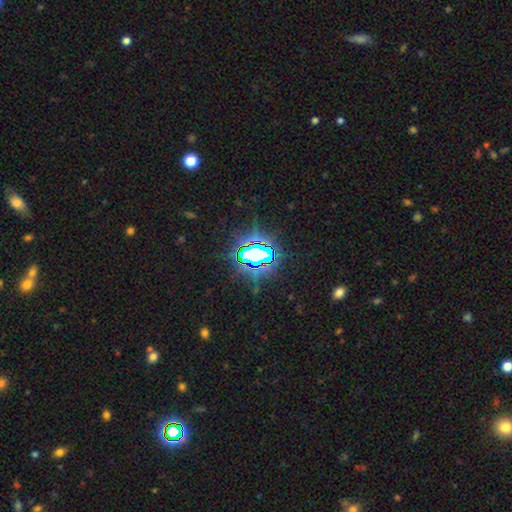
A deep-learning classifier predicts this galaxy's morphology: A star or artifact, not a galaxy (76%).

Vote fractions:
- Smooth or featured? star or artifact: 76% / smooth: 14% / featured or disk: 11%